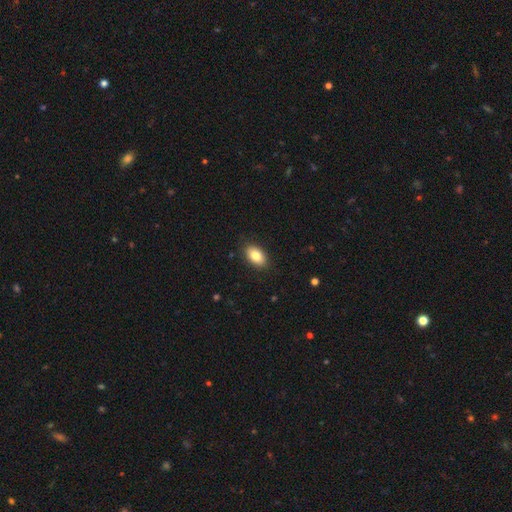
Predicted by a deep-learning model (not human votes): A smooth galaxy with no disk features (83%) that is in between round and cigar-shaped (92%).

Vote fractions:
- Smooth or featured? smooth: 83% / featured or disk: 10% / star or artifact: 8%
- How rounded? in between: 92% / round: 7% / cigar-shaped: 2%
- Merging? none: 88% / minor disturbance: 9% / major disturbance: 2% / merger: 1%